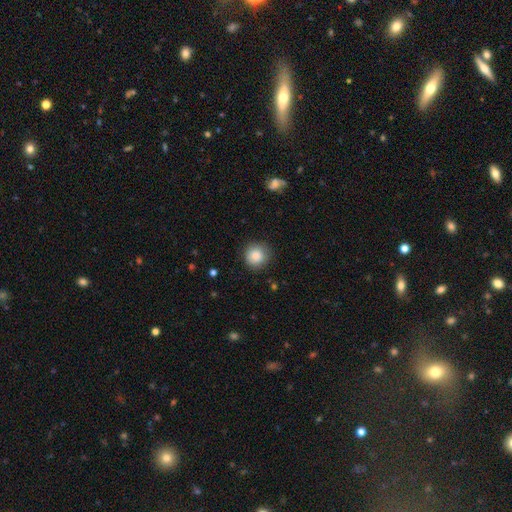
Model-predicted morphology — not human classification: This is clearly a smooth galaxy (86%). How rounded: clearly round (93%). Merging: clearly none (86%).